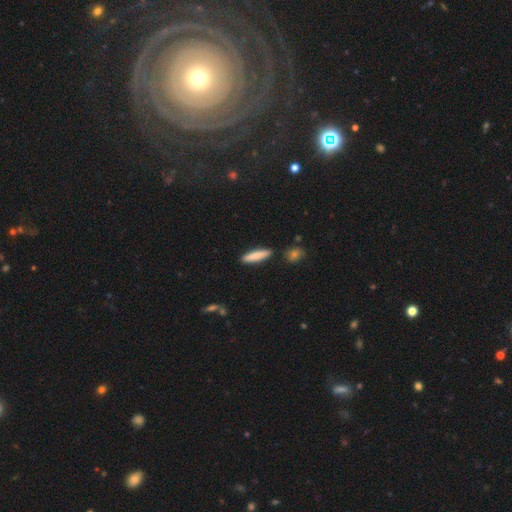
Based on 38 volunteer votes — This appears to be a smooth galaxy with no disk features (87%) that is cigar-shaped (85%). Merging: none (100%).